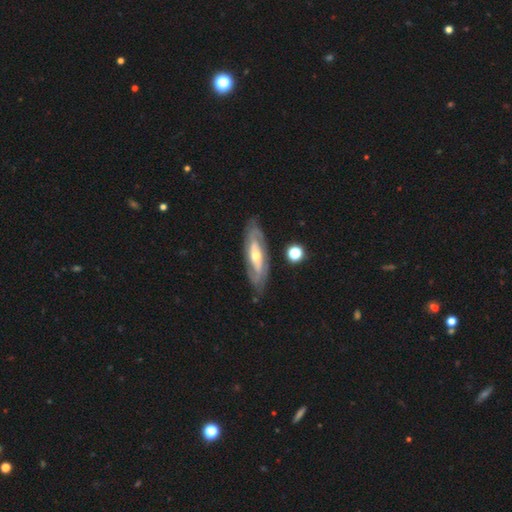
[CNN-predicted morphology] featured or disk 79%, smooth 16%, star or artifact 5%. Down the decision tree: edge-on disk — no (81%); bar — no (52%); spiral arms — yes (82%); spiral arm count — 2 (54%); spiral winding — tight (58%); bulge size — moderate (62%); merging — none (80%).